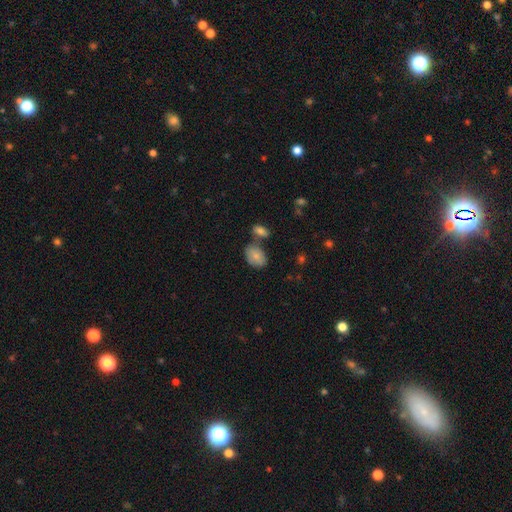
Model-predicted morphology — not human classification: A smooth galaxy with no disk features (80%) that is in between round and cigar-shaped (85%). Merging: none (53%).